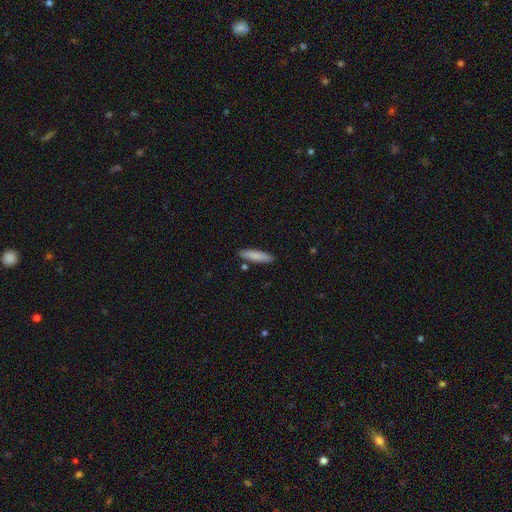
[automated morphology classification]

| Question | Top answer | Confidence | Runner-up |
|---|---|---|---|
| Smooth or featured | smooth | 83% | featured or disk (11%) |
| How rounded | cigar-shaped | 76% | in between (23%) |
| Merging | none | 85% | minor disturbance (9%) |